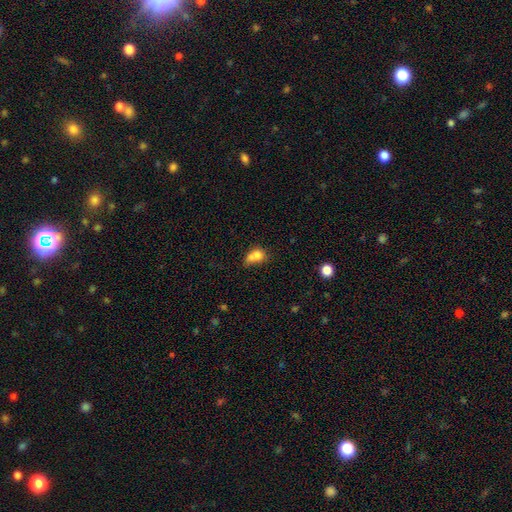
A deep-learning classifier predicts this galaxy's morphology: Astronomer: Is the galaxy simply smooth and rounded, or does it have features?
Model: smooth — 73%.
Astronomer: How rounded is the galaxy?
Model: in between — 53% (runner-up: round, 44%).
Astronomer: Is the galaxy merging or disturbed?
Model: merger — 53%.